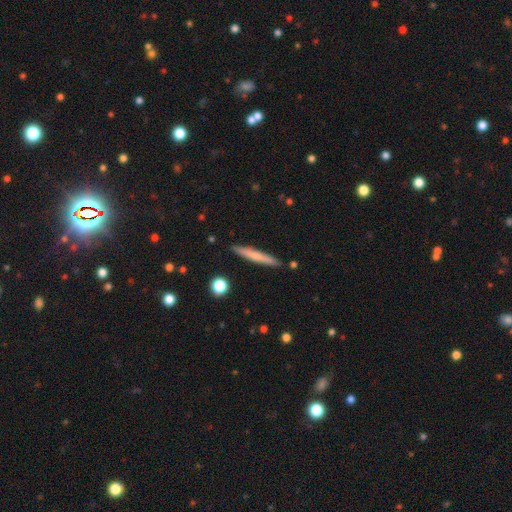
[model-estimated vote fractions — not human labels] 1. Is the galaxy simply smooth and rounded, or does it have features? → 61% smooth, 34% featured or disk, 6% star or artifact.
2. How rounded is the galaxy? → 96% cigar-shaped, 3% in between, 1% round.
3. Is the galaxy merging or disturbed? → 90% none, 7% minor disturbance, 2% merger, 1% major disturbance.